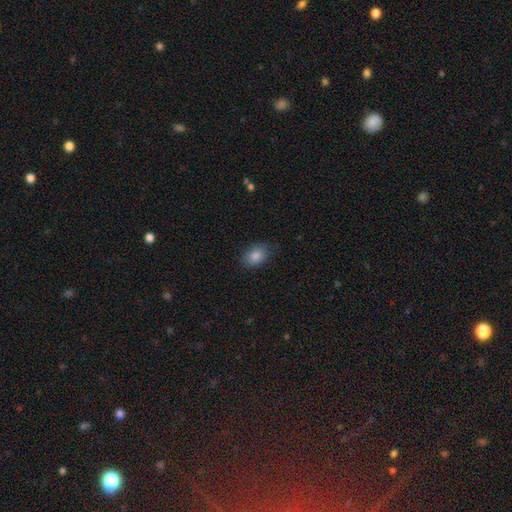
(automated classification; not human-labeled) smooth_or_featured: smooth (p=0.86) [alt: star or artifact p=0.08]
how_rounded: in between (p=0.78) [alt: round p=0.21]
merging: none (p=0.81) [alt: minor disturbance p=0.14]